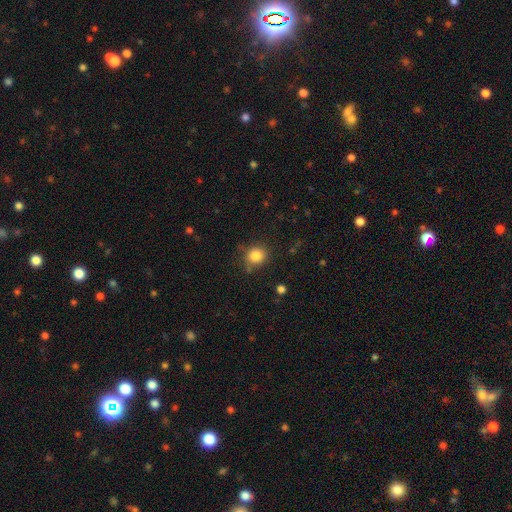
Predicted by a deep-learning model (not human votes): This appears to be a smooth galaxy with no disk features (84%) that is round (84%). Merging: none (76%).